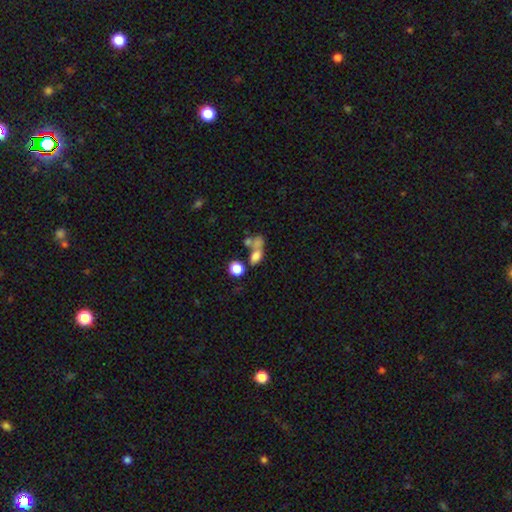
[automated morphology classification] Smooth or featured: smooth — 66% (featured or disk — 21%)
How rounded: in between — 67% (round — 28%)
Merging: merger — 51% (none — 26%)